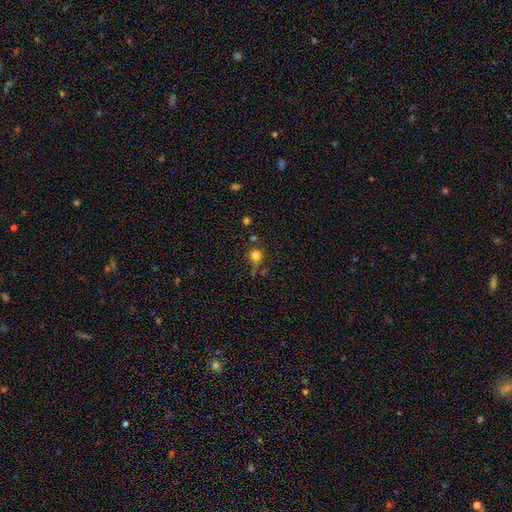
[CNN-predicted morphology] Overall: smooth (77%). How rounded: round (91%). Merging: none (62%).